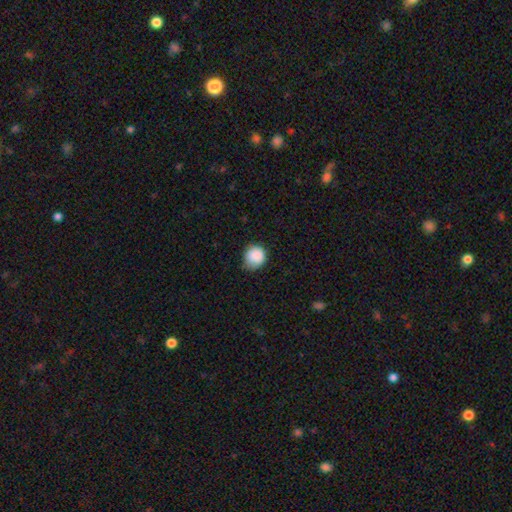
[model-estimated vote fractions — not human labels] This appears to be a smooth galaxy with no disk features (88%) that is round (83%). Merging: none (66%).